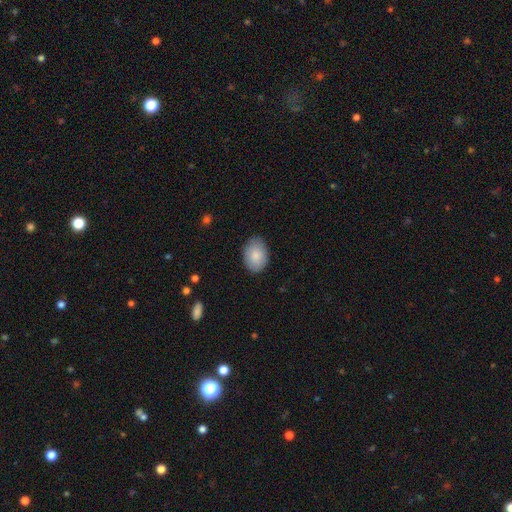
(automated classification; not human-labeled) Overall: smooth (87%). How rounded: in between (79%). Merging: none (81%).